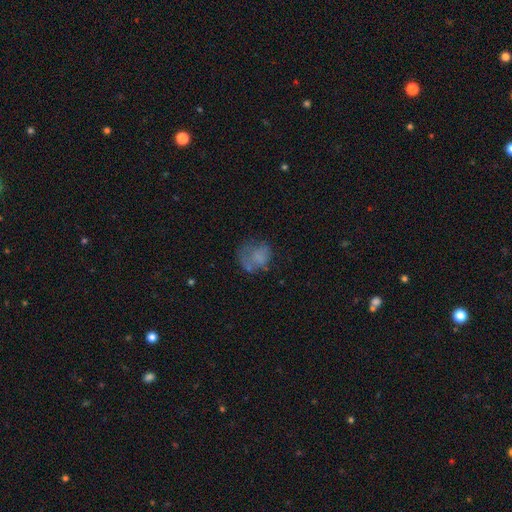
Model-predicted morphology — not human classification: Q: Smooth or featured?
A: smooth (56%); runner-up: featured or disk (28%)
Q: How rounded?
A: round (64%); runner-up: in between (35%)
Q: Merging?
A: none (43%); runner-up: major disturbance (27%)